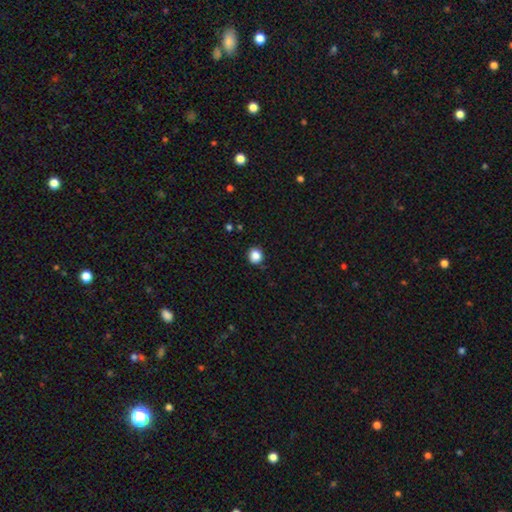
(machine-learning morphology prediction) Q: Smooth or featured?
A: smooth (86%); runner-up: star or artifact (11%)
Q: How rounded?
A: round (88%); runner-up: in between (11%)
Q: Merging?
A: none (89%); runner-up: minor disturbance (7%)